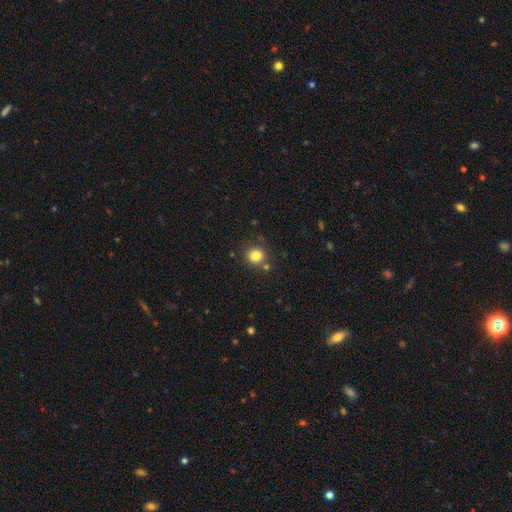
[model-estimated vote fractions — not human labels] A smooth galaxy with no disk features (82%) that is round (90%).

Vote fractions:
- Smooth or featured? smooth: 82% / star or artifact: 12% / featured or disk: 6%
- How rounded? round: 90% / in between: 9% / cigar-shaped: 1%
- Merging? none: 80% / minor disturbance: 10% / merger: 7% / major disturbance: 3%